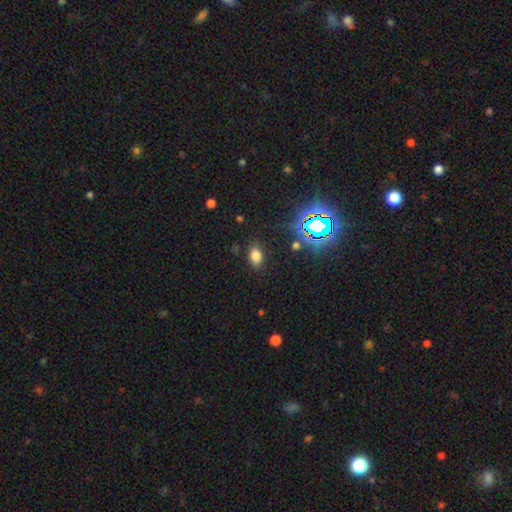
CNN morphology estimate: smooth 72%, star or artifact 20%, featured or disk 8%. Down the decision tree: how rounded — in between (86%); merging — none (86%).